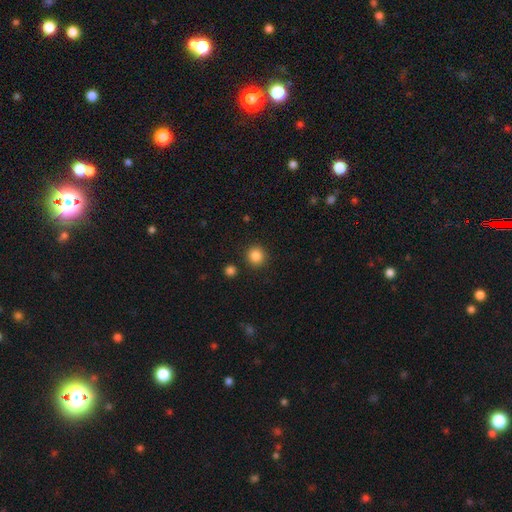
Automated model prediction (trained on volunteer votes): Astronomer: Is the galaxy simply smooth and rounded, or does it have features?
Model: smooth — 86%.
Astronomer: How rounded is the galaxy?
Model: round — 93%.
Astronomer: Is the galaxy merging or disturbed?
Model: none — 90%.